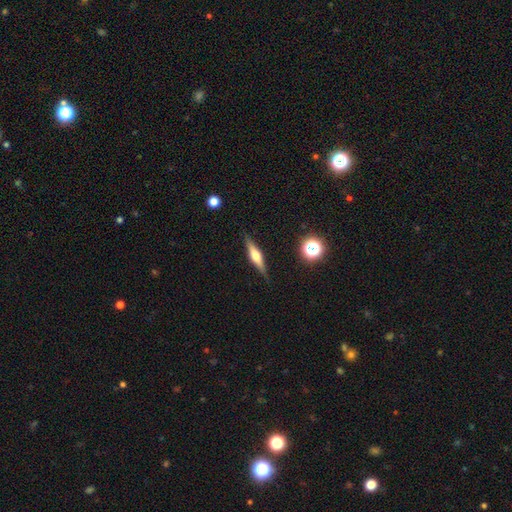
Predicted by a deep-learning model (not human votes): featured or disk 64%, smooth 29%, star or artifact 7%. Down the decision tree: edge-on disk — yes (96%); edge-on bulge — rounded (89%); merging — none (88%).